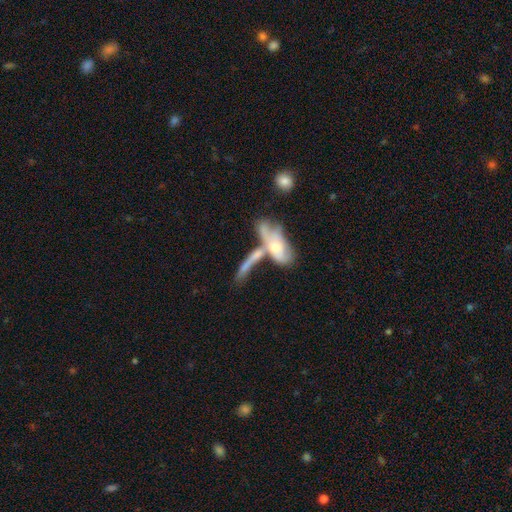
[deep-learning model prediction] This appears to be a featured or disk galaxy (52%). Merging: merger (57%).